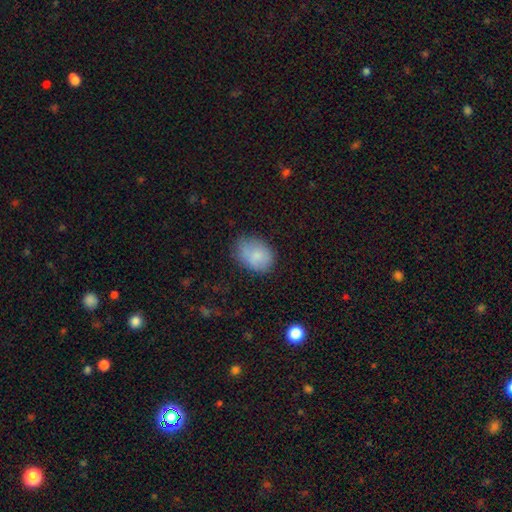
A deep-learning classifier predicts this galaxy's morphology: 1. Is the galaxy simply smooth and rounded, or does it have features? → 81% smooth, 11% featured or disk, 8% star or artifact.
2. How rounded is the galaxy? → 72% in between, 26% round, 1% cigar-shaped.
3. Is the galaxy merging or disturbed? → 59% none, 29% minor disturbance, 9% major disturbance, 3% merger.